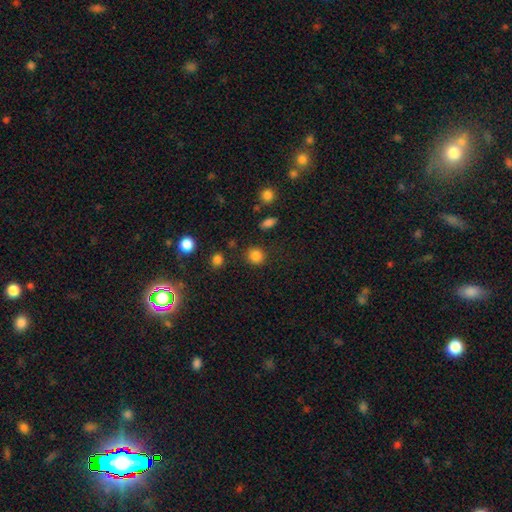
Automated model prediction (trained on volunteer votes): A smooth galaxy with no disk features (84%) that is round (87%). Merging: none (86%).